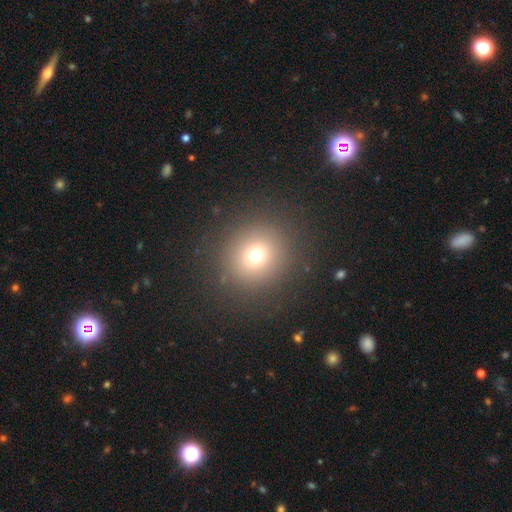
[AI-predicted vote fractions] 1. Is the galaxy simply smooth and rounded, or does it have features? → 70% smooth, 18% star or artifact, 12% featured or disk.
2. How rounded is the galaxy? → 90% round, 9% in between, 1% cigar-shaped.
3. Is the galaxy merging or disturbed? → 88% none, 7% minor disturbance, 4% major disturbance, 1% merger.